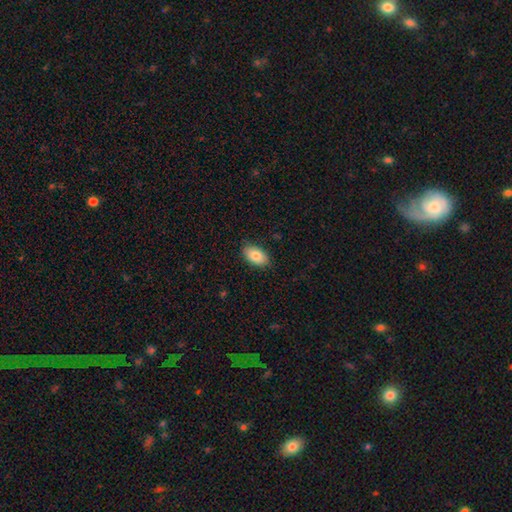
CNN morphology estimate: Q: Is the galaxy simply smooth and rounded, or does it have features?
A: smooth — 83%.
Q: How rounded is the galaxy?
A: in between — 93%.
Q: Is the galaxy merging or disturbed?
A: none — 85%.